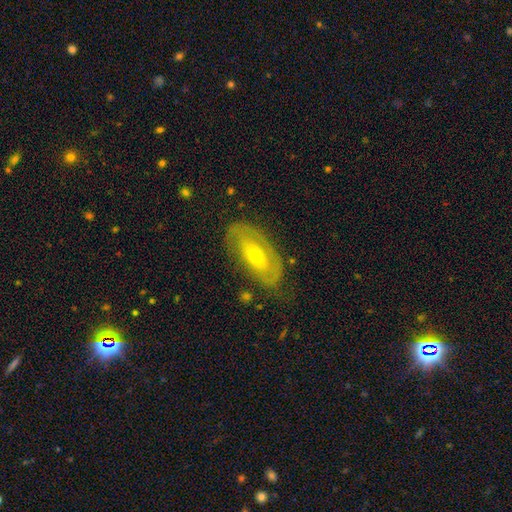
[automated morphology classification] Smooth or featured? Predicted: featured or disk (p=0.68). Edge-on disk? Predicted: no (p=0.88). Bar? Predicted: no (p=0.68). Spiral arms? Predicted: yes (p=0.59). Bulge size? Predicted: small (p=0.63). Merging? Predicted: none (p=0.68).